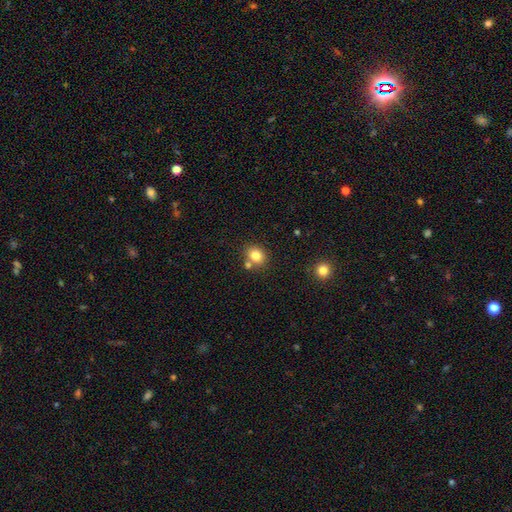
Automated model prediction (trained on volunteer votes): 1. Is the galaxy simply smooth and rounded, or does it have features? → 81% smooth, 11% star or artifact, 8% featured or disk.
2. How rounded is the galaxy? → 64% round, 36% in between, 1% cigar-shaped.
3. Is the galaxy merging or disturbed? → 68% none, 19% merger, 10% minor disturbance, 3% major disturbance.